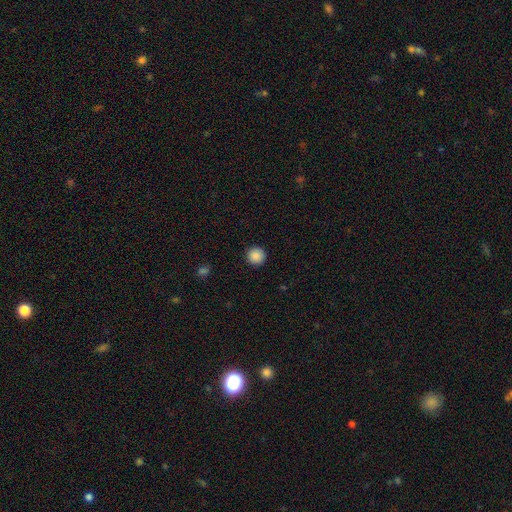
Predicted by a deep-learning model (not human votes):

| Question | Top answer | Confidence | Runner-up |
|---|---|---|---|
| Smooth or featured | smooth | 88% | star or artifact (9%) |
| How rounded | round | 96% | in between (3%) |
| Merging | none | 93% | minor disturbance (5%) |